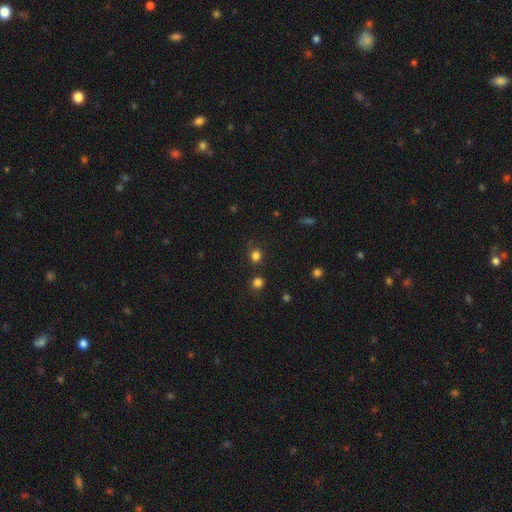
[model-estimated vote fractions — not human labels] The model was most divided on "smooth or featured": smooth: 79%, star or artifact: 17%, featured or disk: 4%. More confident: how rounded — round (84%); merging — none (78%).